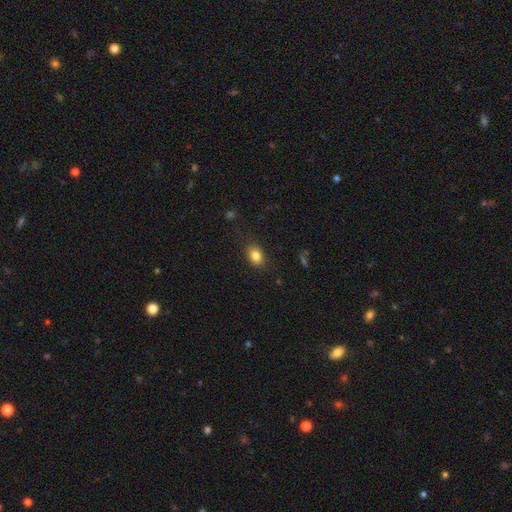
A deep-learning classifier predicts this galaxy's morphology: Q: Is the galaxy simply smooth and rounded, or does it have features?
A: smooth — 85%.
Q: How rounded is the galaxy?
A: in between — 76%.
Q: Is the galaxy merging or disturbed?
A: none — 83%.